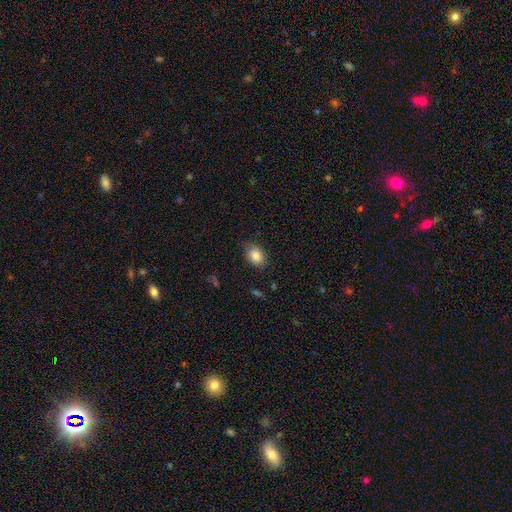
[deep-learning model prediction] A smooth galaxy with no disk features (85%) that is in between round and cigar-shaped (70%).

Vote fractions:
- Smooth or featured? smooth: 85% / star or artifact: 8% / featured or disk: 7%
- How rounded? in between: 70% / round: 29% / cigar-shaped: 1%
- Merging? none: 75% / minor disturbance: 20% / major disturbance: 4% / merger: 1%